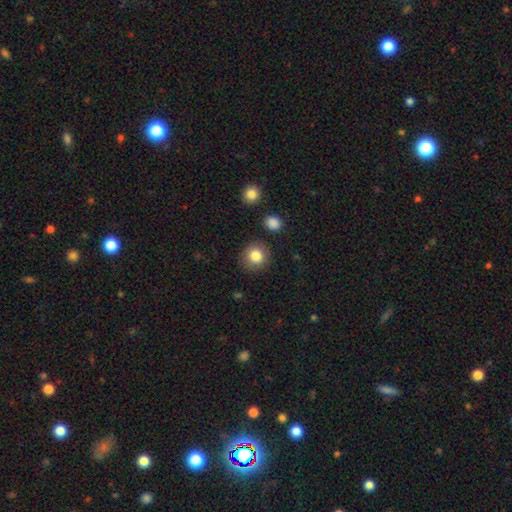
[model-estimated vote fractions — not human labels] The model was most divided on "smooth or featured": smooth: 84%, star or artifact: 9%, featured or disk: 7%. More confident: how rounded — round (91%); merging — none (87%).